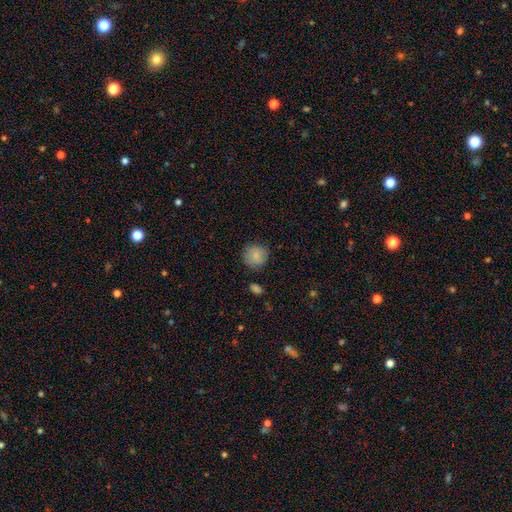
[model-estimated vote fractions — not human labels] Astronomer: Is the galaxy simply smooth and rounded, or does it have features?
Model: smooth — 85%.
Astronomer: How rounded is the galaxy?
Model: round — 90%.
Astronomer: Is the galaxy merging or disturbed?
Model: none — 81%.